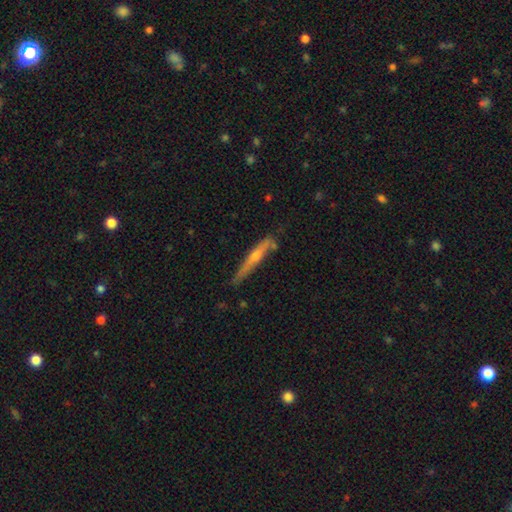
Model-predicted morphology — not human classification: Smooth or featured: featured or disk — 58% (smooth — 36%)
Edge-on disk: yes — 93% (no — 7%)
Edge-on bulge: rounded — 76% (none — 20%)
Merging: none — 70% (minor disturbance — 23%)